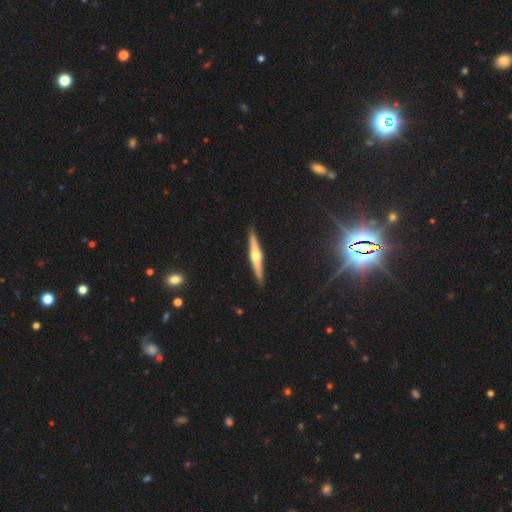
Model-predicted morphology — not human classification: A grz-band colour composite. It shows a featured or disk galaxy (73%) viewed edge-on (98%) with a rounded central bulge (91%). Merging: none (91%).